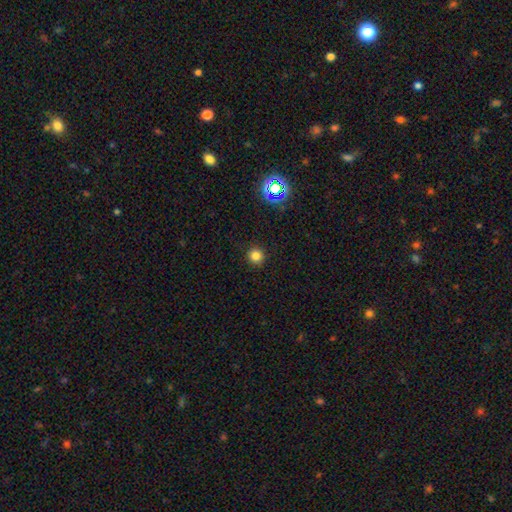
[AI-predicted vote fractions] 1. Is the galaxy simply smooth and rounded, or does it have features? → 80% smooth, 15% star or artifact, 4% featured or disk.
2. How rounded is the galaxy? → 95% round, 4% in between, 1% cigar-shaped.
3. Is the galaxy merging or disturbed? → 92% none, 5% minor disturbance, 2% major disturbance, 1% merger.